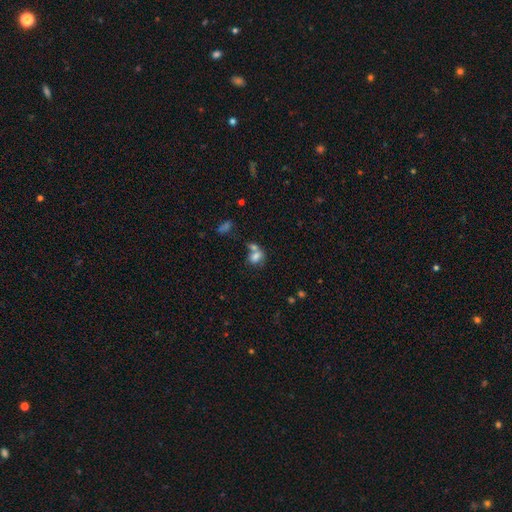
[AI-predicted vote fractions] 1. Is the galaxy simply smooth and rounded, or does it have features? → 74% smooth, 15% featured or disk, 11% star or artifact.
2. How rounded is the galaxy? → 63% in between, 36% round, 2% cigar-shaped.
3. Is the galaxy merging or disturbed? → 50% merger, 30% none, 12% minor disturbance, 7% major disturbance.